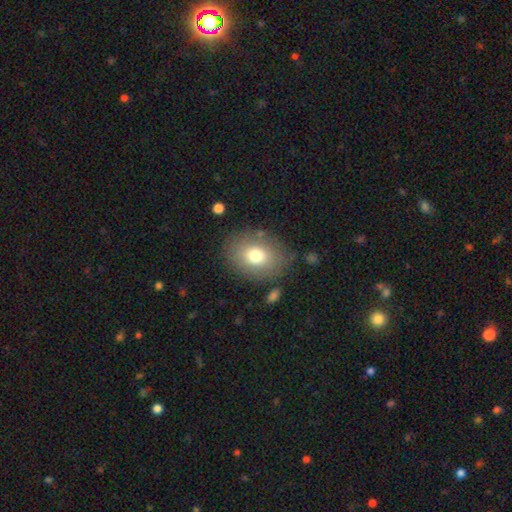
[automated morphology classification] Smooth or featured? smooth (75%)
How rounded? in between (58%)
Merging? none (79%)